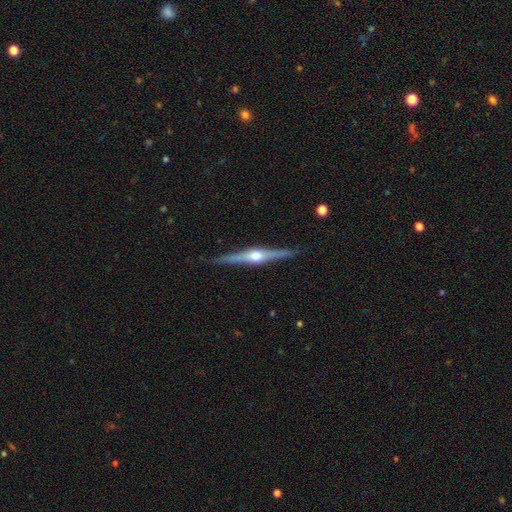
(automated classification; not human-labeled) Smooth or featured?
  - featured or disk: 85% *
  - smooth: 10%
  - star or artifact: 5%
Edge-on disk?
  - yes: 98% *
  - no: 2%
Edge-on bulge?
  - rounded: 94% *
  - boxy: 4%
  - none: 2%
Merging?
  - none: 90% *
  - minor disturbance: 7%
  - major disturbance: 1%
  - merger: 1%